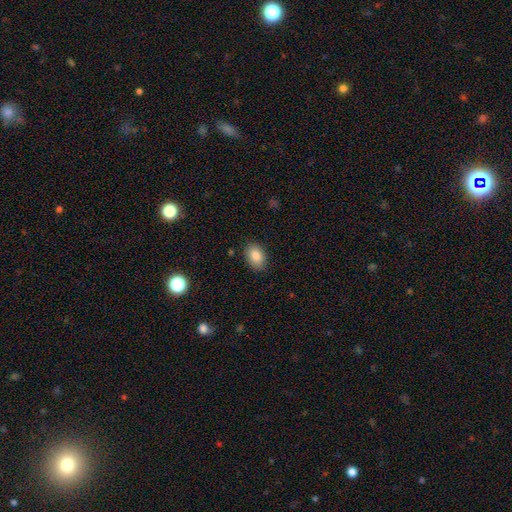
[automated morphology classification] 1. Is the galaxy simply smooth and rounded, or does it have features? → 86% smooth, 8% star or artifact, 6% featured or disk.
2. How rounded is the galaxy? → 85% in between, 13% round, 1% cigar-shaped.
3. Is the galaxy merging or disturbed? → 86% none, 11% minor disturbance, 2% major disturbance, 1% merger.